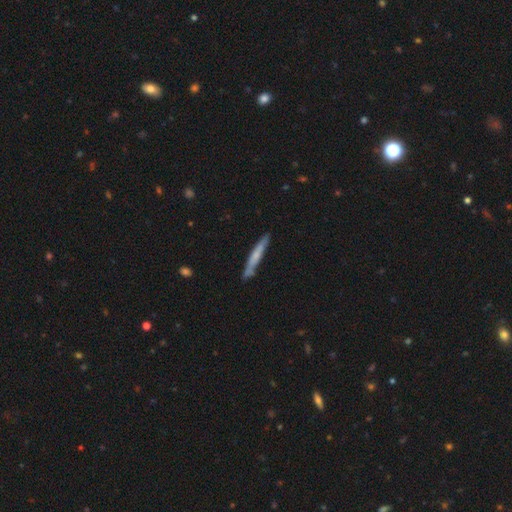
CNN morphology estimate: Smooth or featured: smooth — 49% (featured or disk — 45%)
Merging: none — 82% (minor disturbance — 13%)